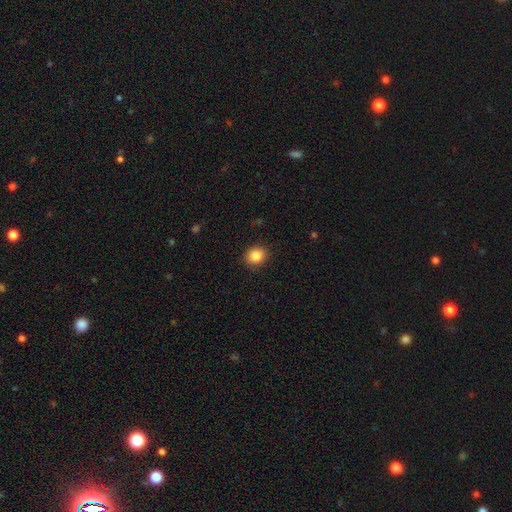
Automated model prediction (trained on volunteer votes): This is clearly a smooth galaxy (85%). How rounded: likely round (77%). Merging: clearly none (90%).